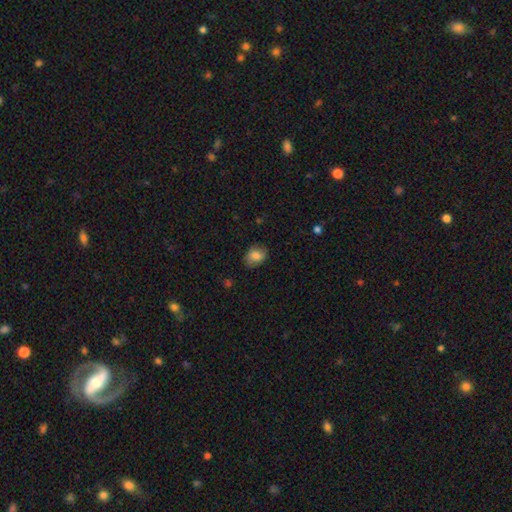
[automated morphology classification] smooth 80%, featured or disk 12%, star or artifact 8%. Down the decision tree: how rounded — in between (63%); merging — none (79%).